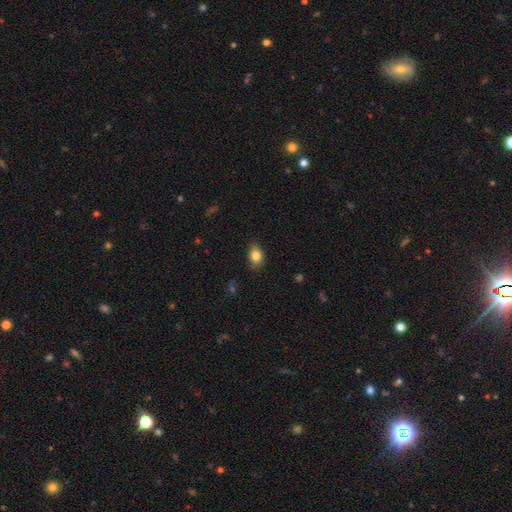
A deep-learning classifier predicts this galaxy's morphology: A smooth galaxy with no disk features (83%) that is in between round and cigar-shaped (67%).

Vote fractions:
- Smooth or featured? smooth: 83% / star or artifact: 9% / featured or disk: 7%
- How rounded? in between: 67% / round: 31% / cigar-shaped: 1%
- Merging? none: 77% / minor disturbance: 18% / major disturbance: 3% / merger: 1%